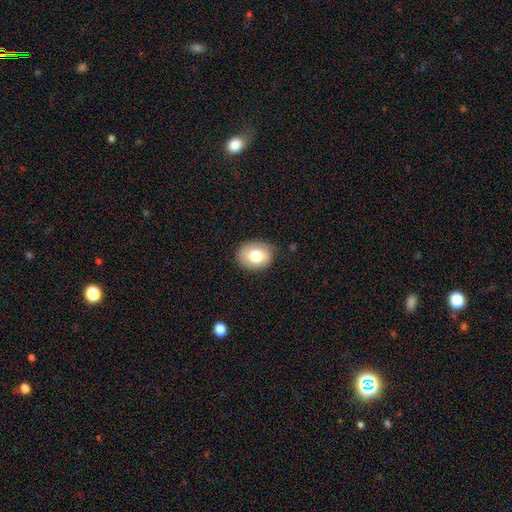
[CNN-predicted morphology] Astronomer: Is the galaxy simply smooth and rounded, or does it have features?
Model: smooth — 77%.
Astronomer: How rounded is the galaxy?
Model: in between — 56% (runner-up: round, 43%).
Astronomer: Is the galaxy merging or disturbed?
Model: none — 82%.